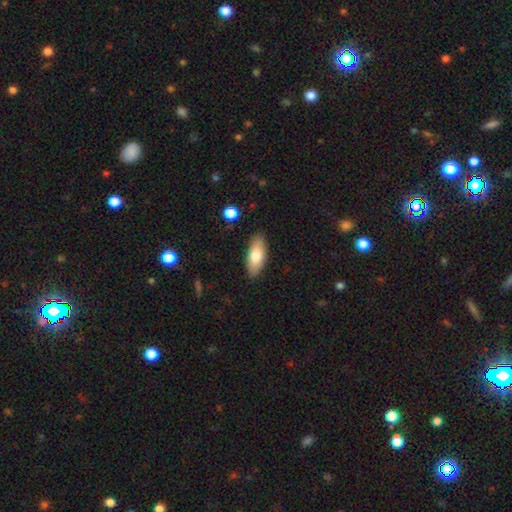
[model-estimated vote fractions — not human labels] Smooth or featured: smooth — 78% (featured or disk — 16%)
How rounded: in between — 79% (cigar-shaped — 19%)
Merging: none — 87% (minor disturbance — 9%)